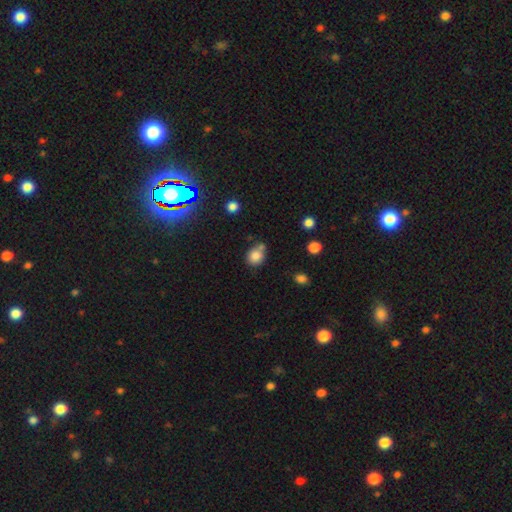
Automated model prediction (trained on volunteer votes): smooth_or_featured: smooth (p=0.82) [alt: star or artifact p=0.11]
how_rounded: round (p=0.73) [alt: in between p=0.26]
merging: none (p=0.60) [alt: merger p=0.20]